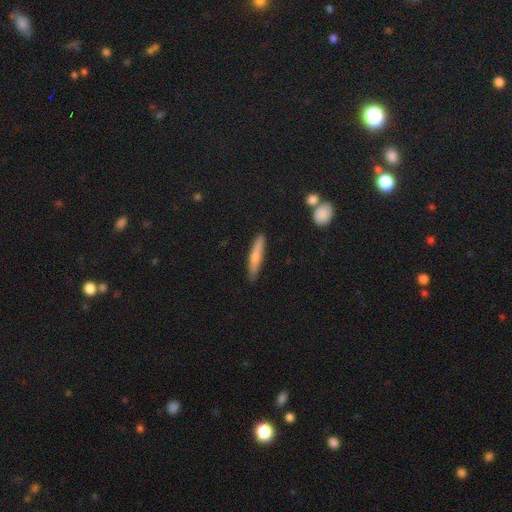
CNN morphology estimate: Smooth or featured: smooth — 67% (featured or disk — 27%)
How rounded: cigar-shaped — 90% (in between — 8%)
Merging: none — 87% (minor disturbance — 10%)